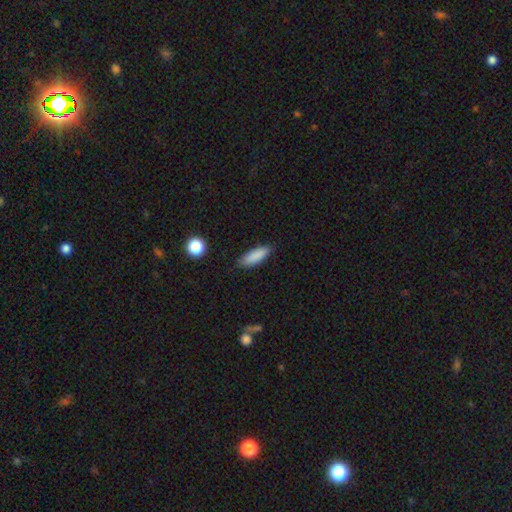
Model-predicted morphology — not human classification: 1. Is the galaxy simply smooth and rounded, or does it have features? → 87% smooth, 7% star or artifact, 6% featured or disk.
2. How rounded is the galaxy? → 55% in between, 43% cigar-shaped, 2% round.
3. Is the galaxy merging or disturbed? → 84% none, 12% minor disturbance, 2% major disturbance, 1% merger.